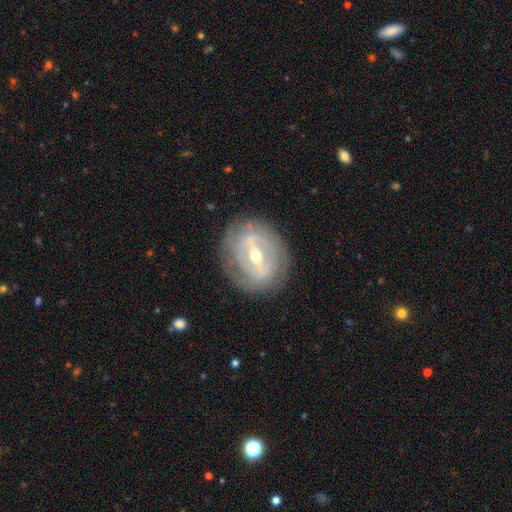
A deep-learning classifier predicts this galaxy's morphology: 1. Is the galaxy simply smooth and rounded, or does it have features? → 84% featured or disk, 11% smooth, 5% star or artifact.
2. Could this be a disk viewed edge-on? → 94% no, 6% yes.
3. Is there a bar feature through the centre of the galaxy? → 57% strong, 33% weak, 11% no.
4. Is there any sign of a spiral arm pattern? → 70% yes, 30% no.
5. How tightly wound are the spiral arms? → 68% tight, 23% medium, 9% loose.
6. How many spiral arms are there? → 43% 2, 36% can't tell, 10% 3, 4% 1, 4% 4, 3% more than 4.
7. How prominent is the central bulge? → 63% moderate, 32% small, 3% large, 1% none, 1% dominant.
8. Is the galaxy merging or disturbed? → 81% none, 13% minor disturbance, 5% major disturbance, 1% merger.